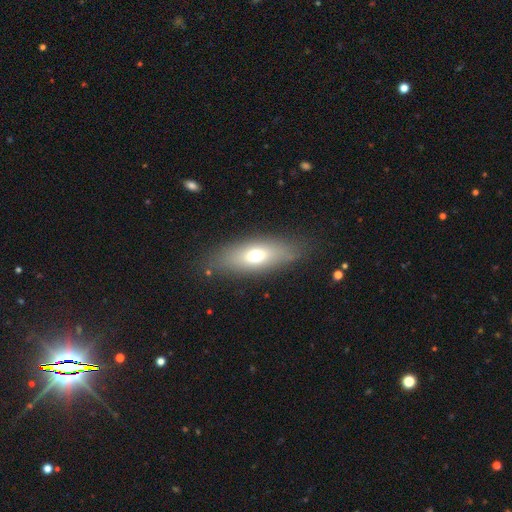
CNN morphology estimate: The model was most divided on "smooth or featured": smooth: 64%, featured or disk: 27%, star or artifact: 9%. More confident: merging — none (82%); how rounded — in between (69%).